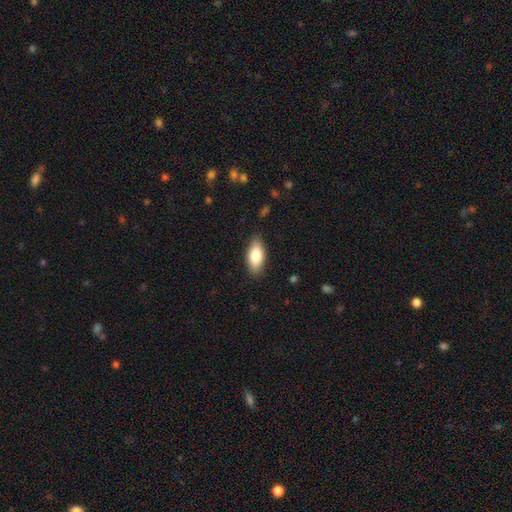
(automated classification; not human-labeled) The model was most divided on "smooth or featured": smooth: 82%, featured or disk: 12%, star or artifact: 6%. More confident: how rounded — in between (87%); merging — none (86%).